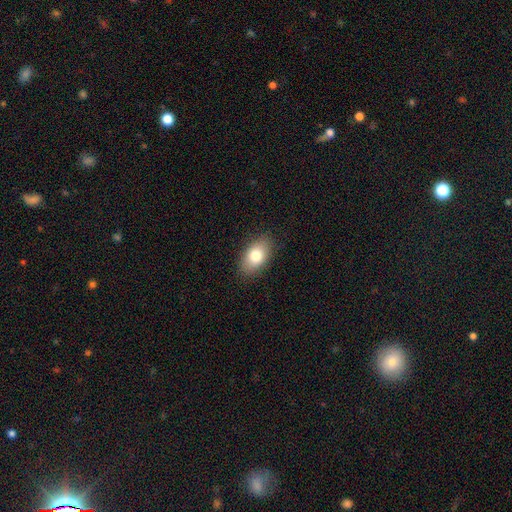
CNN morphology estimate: Q: Smooth or featured?
A: smooth (80%); runner-up: featured or disk (13%)
Q: How rounded?
A: in between (91%); runner-up: round (7%)
Q: Merging?
A: none (87%); runner-up: minor disturbance (10%)